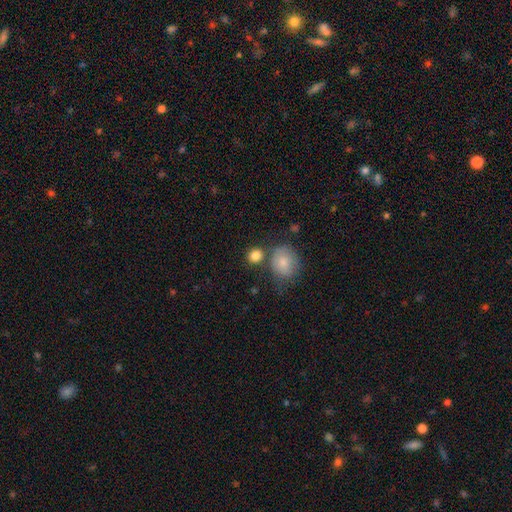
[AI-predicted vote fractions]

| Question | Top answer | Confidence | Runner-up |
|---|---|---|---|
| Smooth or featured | smooth | 84% | star or artifact (10%) |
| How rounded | round | 74% | in between (25%) |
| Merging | none | 67% | merger (17%) |